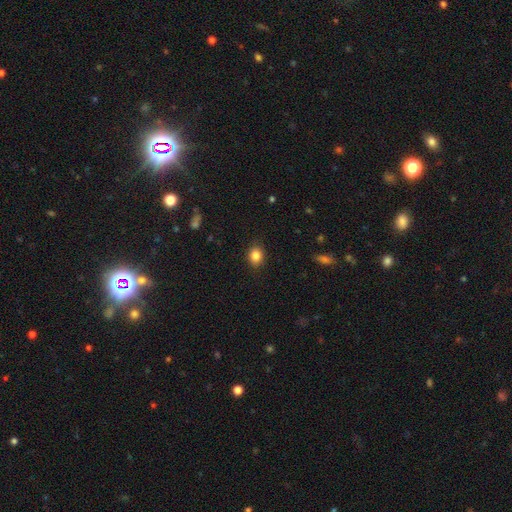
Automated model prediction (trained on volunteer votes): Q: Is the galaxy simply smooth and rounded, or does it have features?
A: smooth — 85%.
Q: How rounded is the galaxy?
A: round — 49%, tied with in between.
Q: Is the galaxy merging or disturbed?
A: none — 88%.